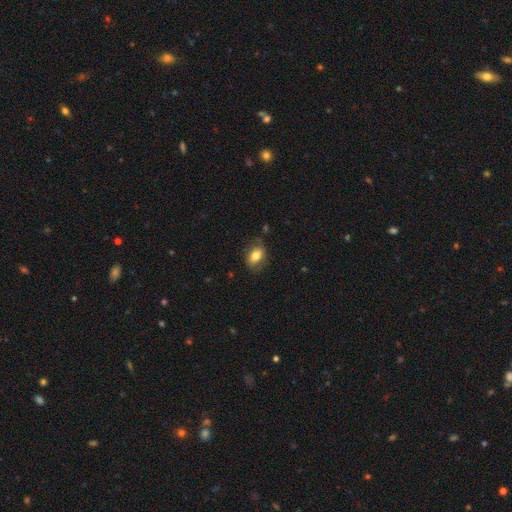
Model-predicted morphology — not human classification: Smooth or featured?
  - smooth: 76% *
  - featured or disk: 17%
  - star or artifact: 8%
How rounded?
  - in between: 85% *
  - round: 13%
  - cigar-shaped: 2%
Merging?
  - none: 72% *
  - minor disturbance: 20%
  - major disturbance: 7%
  - merger: 2%